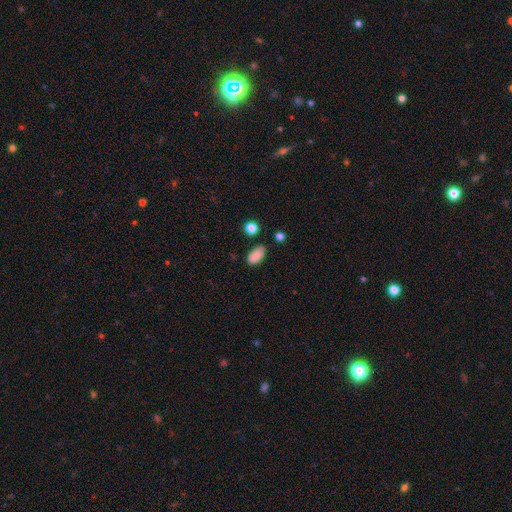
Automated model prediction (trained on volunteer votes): Smooth or featured? smooth (85%)
How rounded? in between (93%)
Merging? none (75%)